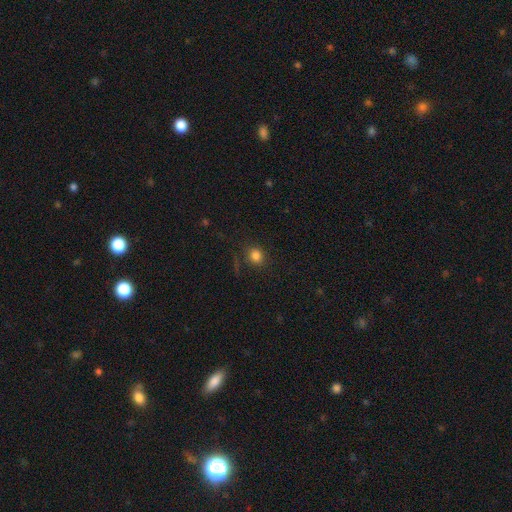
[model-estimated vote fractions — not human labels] smooth 81%, star or artifact 13%, featured or disk 5%. Down the decision tree: how rounded — round (71%); merging — none (81%).